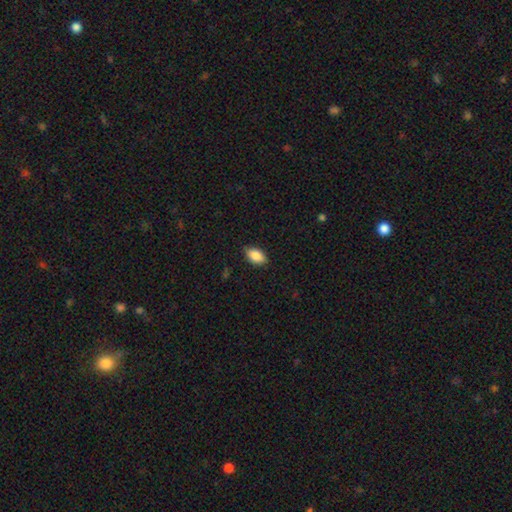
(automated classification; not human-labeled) smooth 85%, star or artifact 8%, featured or disk 7%. Down the decision tree: how rounded — in between (91%); merging — none (84%).